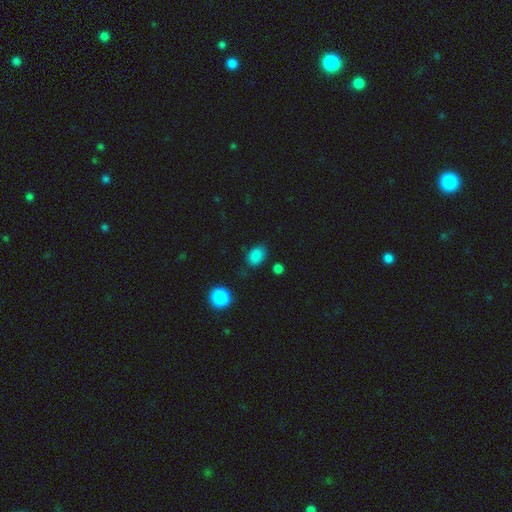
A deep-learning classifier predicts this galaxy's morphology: This appears to be a smooth galaxy with no disk features (84%) that is in between round and cigar-shaped (72%). Merging: none (78%).